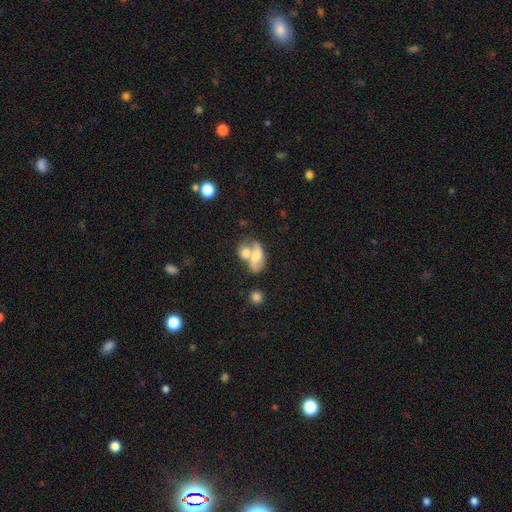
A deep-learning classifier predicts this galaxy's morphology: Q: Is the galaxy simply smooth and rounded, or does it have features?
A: smooth — 52%.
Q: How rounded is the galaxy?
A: in between — 78%.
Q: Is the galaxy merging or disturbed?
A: merger — 59%.